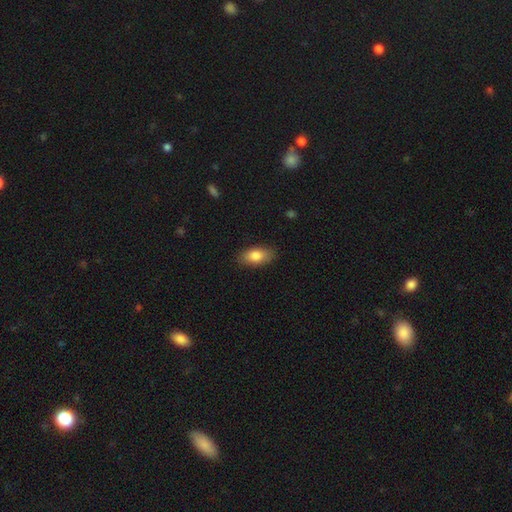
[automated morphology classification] This appears to be a smooth galaxy with no disk features (82%) that is in between round and cigar-shaped (90%). Merging: none (86%).